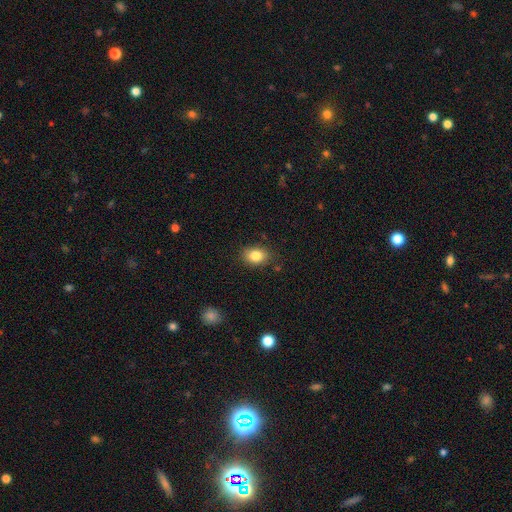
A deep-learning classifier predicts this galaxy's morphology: type=smooth (84%); roundness=in between (67%); merging=none (83%).